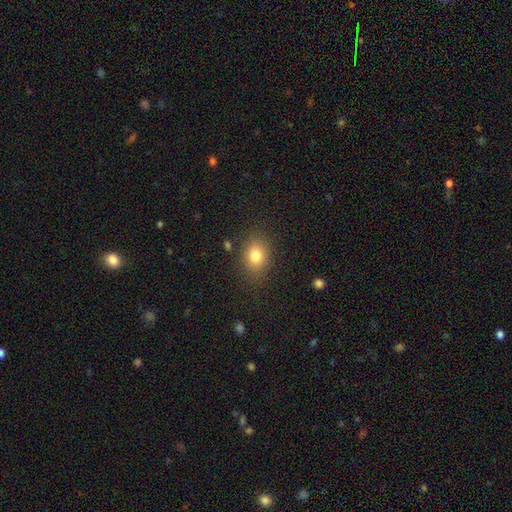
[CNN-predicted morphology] Smooth or featured: smooth — 80% (star or artifact — 11%)
How rounded: in between — 62% (round — 37%)
Merging: none — 83% (minor disturbance — 11%)